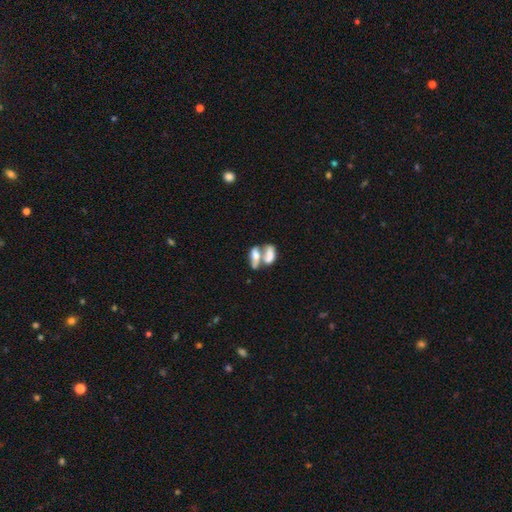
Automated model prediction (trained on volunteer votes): A smooth galaxy with no disk features (61%) that is in between round and cigar-shaped (83%). Merging: merger (69%).